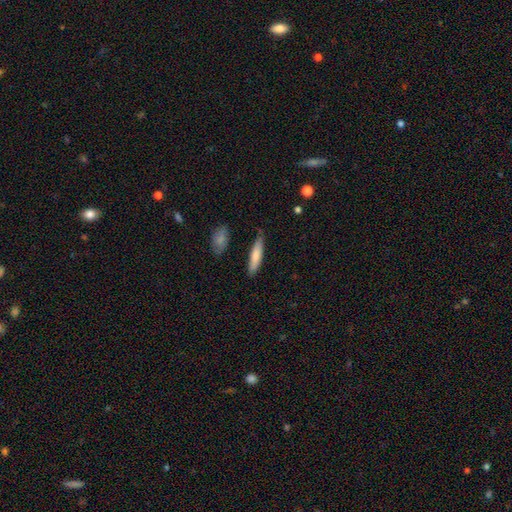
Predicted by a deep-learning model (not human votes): This appears to be a smooth galaxy with no disk features (78%) that is cigar-shaped (78%). Merging: none (77%).